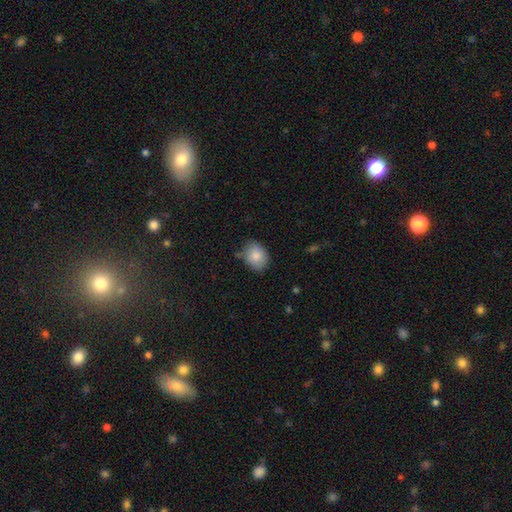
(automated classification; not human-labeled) Smooth or featured: smooth — 84% (featured or disk — 9%)
How rounded: in between — 63% (round — 36%)
Merging: none — 72% (minor disturbance — 21%)